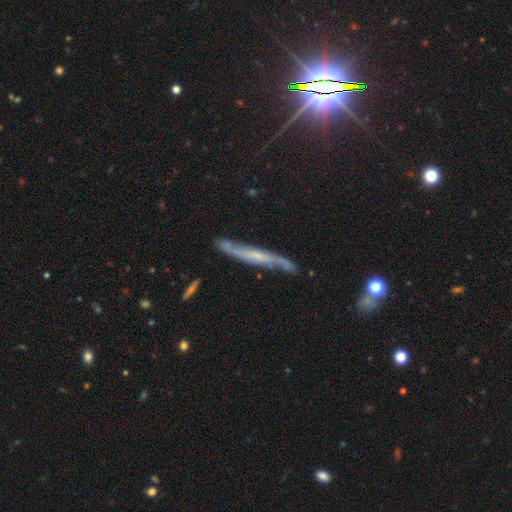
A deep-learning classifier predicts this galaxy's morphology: type=featured or disk (74%); edge-on=yes (66%); merging=none (69%).